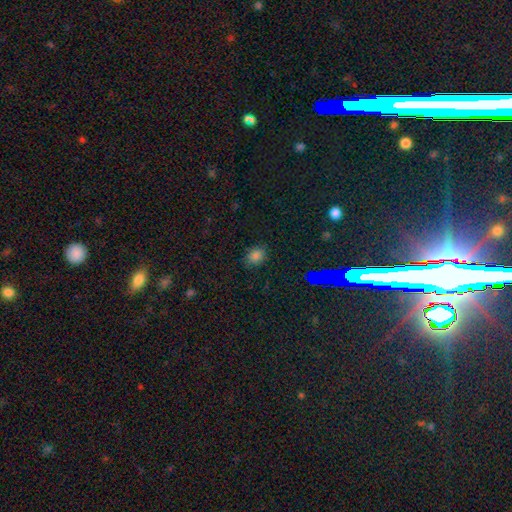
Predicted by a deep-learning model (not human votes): This appears to be a smooth galaxy with no disk features (77%) that is round (56%). Merging: none (82%).